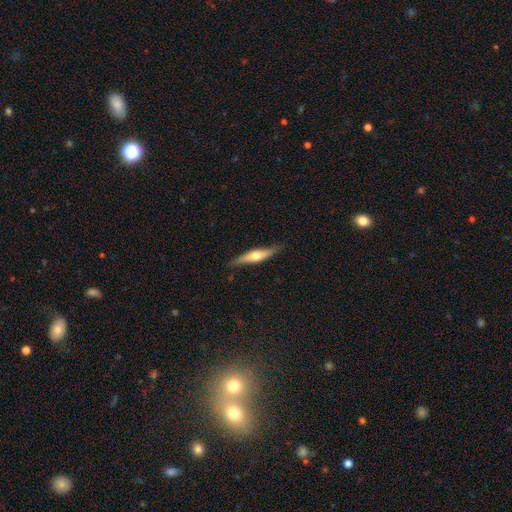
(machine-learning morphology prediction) A featured or disk galaxy (53%) viewed edge-on (91%). Merging: none (82%).